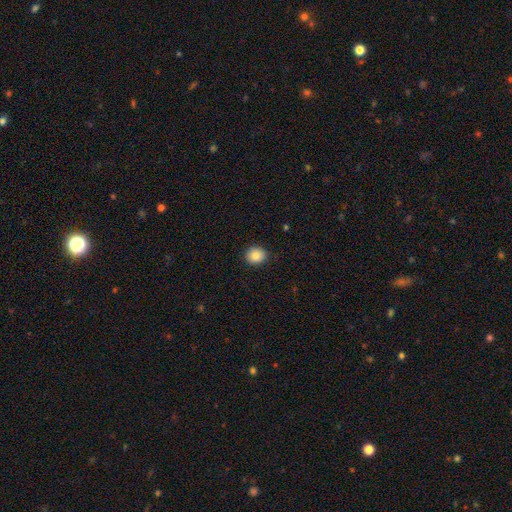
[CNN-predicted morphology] This is clearly a smooth galaxy (87%). How rounded: likely round (74%). Merging: clearly none (89%).